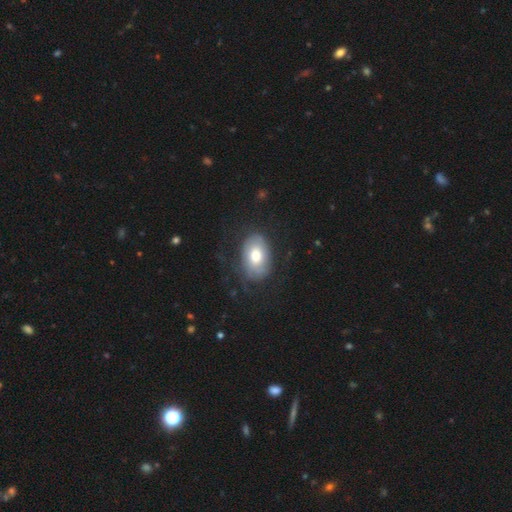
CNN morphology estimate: The model was most divided on "smooth or featured": smooth: 60%, featured or disk: 33%, star or artifact: 7%. More confident: how rounded — in between (85%); merging — none (65%).